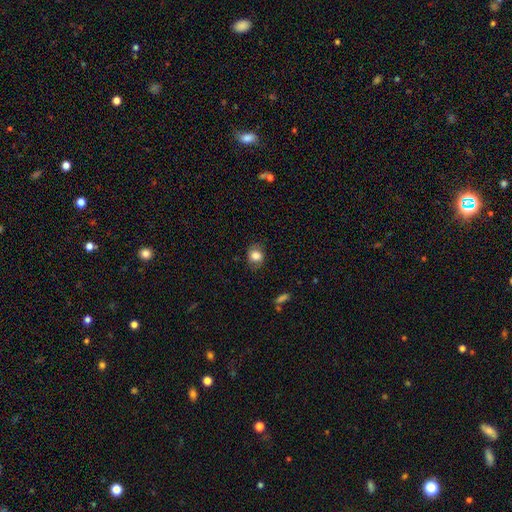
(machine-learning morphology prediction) The model was most divided on "how rounded": round: 55%, in between: 44%, cigar-shaped: 1%. More confident: smooth or featured — smooth (79%); merging — none (77%).